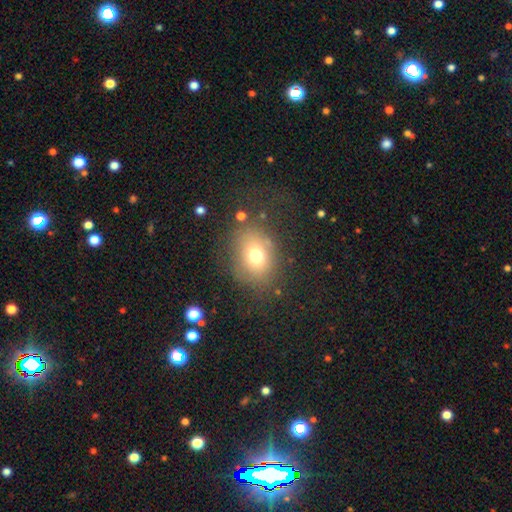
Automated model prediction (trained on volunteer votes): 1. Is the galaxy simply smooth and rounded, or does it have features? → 71% smooth, 15% featured or disk, 14% star or artifact.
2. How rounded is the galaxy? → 51% in between, 48% round, 1% cigar-shaped.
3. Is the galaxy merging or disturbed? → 70% none, 16% minor disturbance, 12% major disturbance, 3% merger.